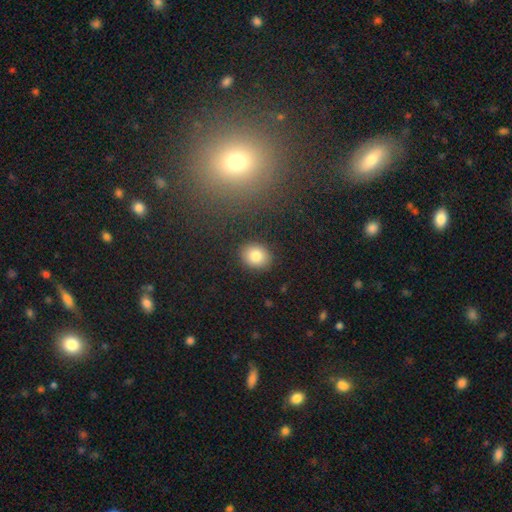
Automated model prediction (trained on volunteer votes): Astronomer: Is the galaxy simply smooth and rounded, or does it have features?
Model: smooth — 83%.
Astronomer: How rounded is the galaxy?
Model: round — 59% (runner-up: in between, 40%).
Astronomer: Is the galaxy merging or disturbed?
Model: none — 89%.